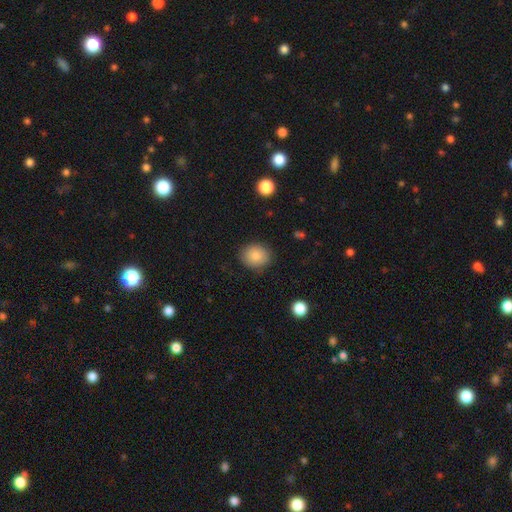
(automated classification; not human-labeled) Smooth or featured? smooth (84%)
How rounded? round (68%)
Merging? none (85%)